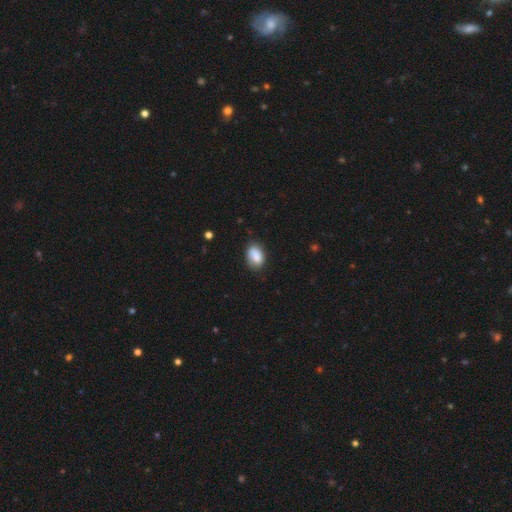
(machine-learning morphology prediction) Q: Smooth or featured?
A: smooth (85%); runner-up: featured or disk (8%)
Q: How rounded?
A: in between (87%); runner-up: round (11%)
Q: Merging?
A: none (72%); runner-up: minor disturbance (21%)